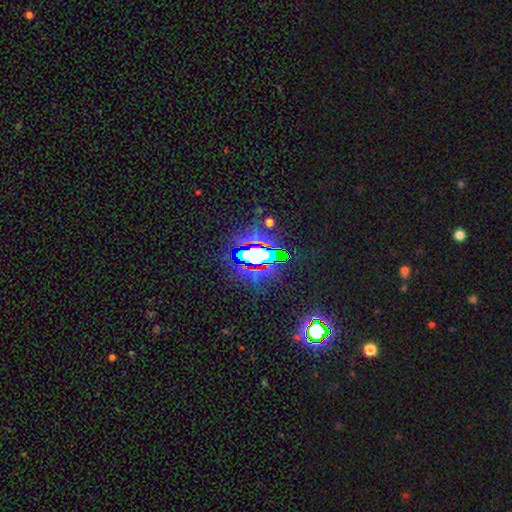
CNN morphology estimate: Smooth or featured: star or artifact — 71% (smooth — 18%)